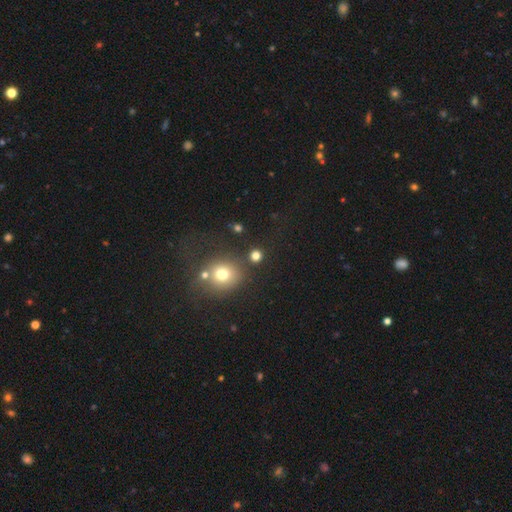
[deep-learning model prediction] This appears to be a smooth galaxy with no disk features (75%) that is round (89%). Merging: none (81%).